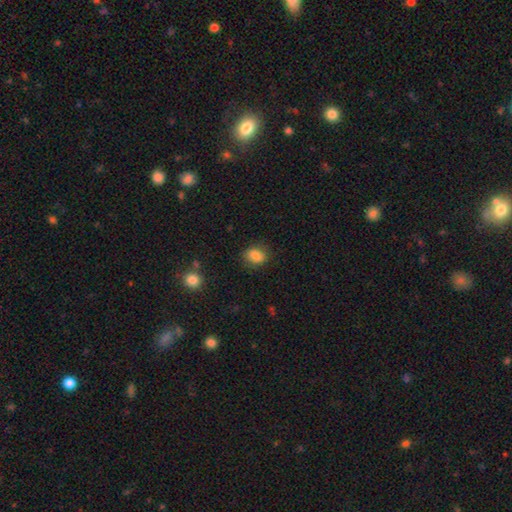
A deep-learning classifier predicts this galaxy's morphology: A smooth galaxy with no disk features (85%) that is in between round and cigar-shaped (52%).

Vote fractions:
- Smooth or featured? smooth: 85% / star or artifact: 10% / featured or disk: 5%
- How rounded? in between: 52% / round: 47% / cigar-shaped: 1%
- Merging? none: 82% / minor disturbance: 13% / major disturbance: 4% / merger: 1%